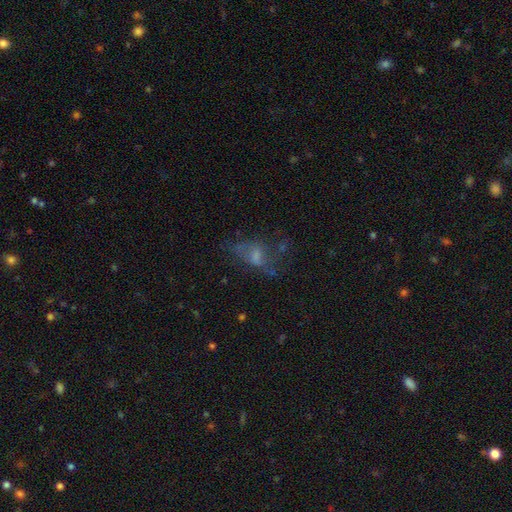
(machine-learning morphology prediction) Overall: featured or disk (44%; smooth 37%). Merging: none (45%; major disturbance 32%).